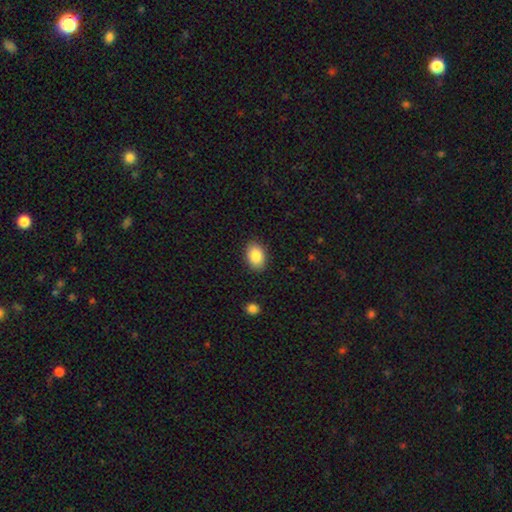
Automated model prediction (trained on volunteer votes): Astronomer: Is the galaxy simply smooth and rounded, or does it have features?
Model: smooth — 87%.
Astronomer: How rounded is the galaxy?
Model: in between — 81%.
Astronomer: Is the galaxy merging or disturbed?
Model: none — 88%.